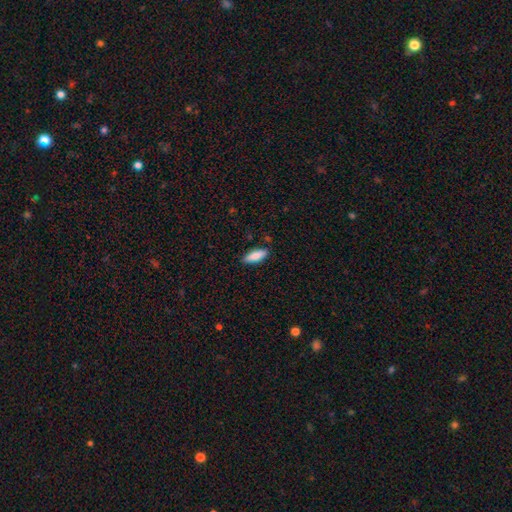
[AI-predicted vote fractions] This appears to be a smooth galaxy with no disk features (83%) that is in between round and cigar-shaped (58%). Merging: none (86%).